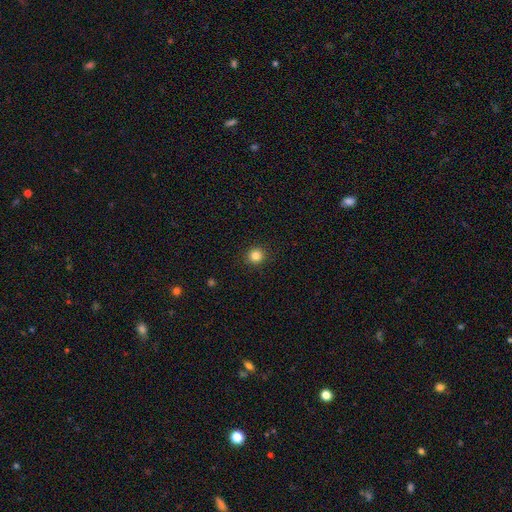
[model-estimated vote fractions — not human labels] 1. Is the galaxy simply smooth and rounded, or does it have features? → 83% smooth, 12% star or artifact, 5% featured or disk.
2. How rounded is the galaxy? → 93% round, 7% in between, 1% cigar-shaped.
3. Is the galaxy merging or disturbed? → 92% none, 5% minor disturbance, 2% major disturbance, 1% merger.